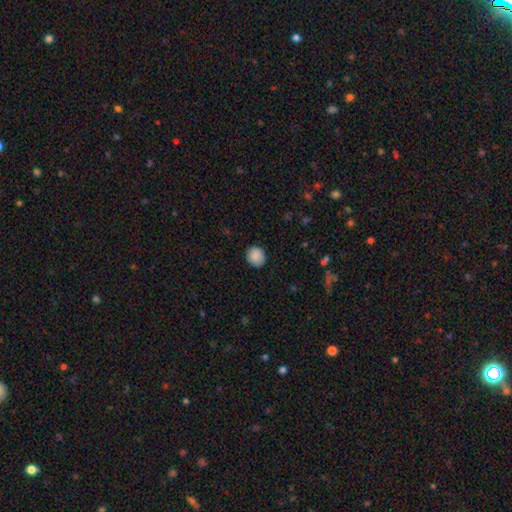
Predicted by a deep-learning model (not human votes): Q: Smooth or featured?
A: smooth (89%); runner-up: star or artifact (8%)
Q: How rounded?
A: round (83%); runner-up: in between (16%)
Q: Merging?
A: none (88%); runner-up: minor disturbance (9%)